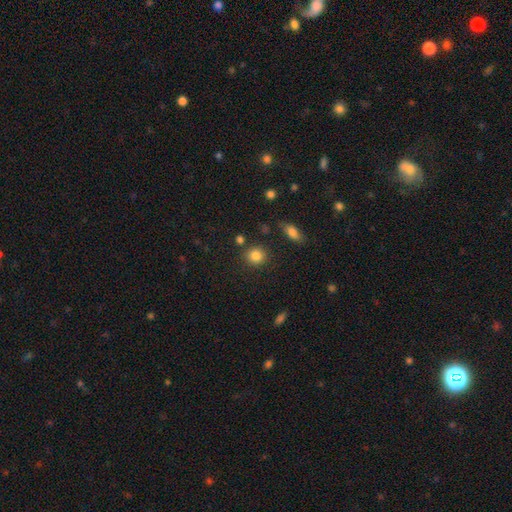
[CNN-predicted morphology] type=smooth (84%); roundness=round (86%); merging=none (83%).